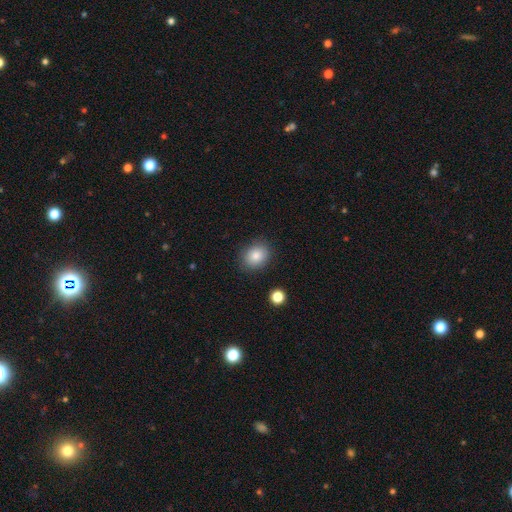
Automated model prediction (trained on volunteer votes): Smooth or featured: smooth — 84% (star or artifact — 9%)
How rounded: round — 51% (in between — 48%)
Merging: none — 85% (minor disturbance — 10%)